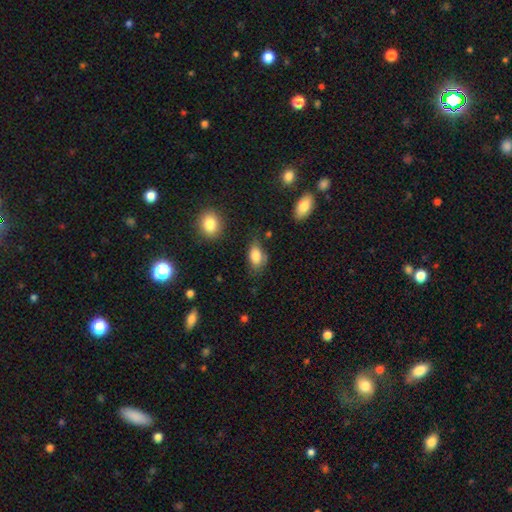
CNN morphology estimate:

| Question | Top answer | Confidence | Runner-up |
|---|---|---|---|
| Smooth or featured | smooth | 82% | featured or disk (10%) |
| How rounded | in between | 89% | round (8%) |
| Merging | none | 56% | minor disturbance (31%) |